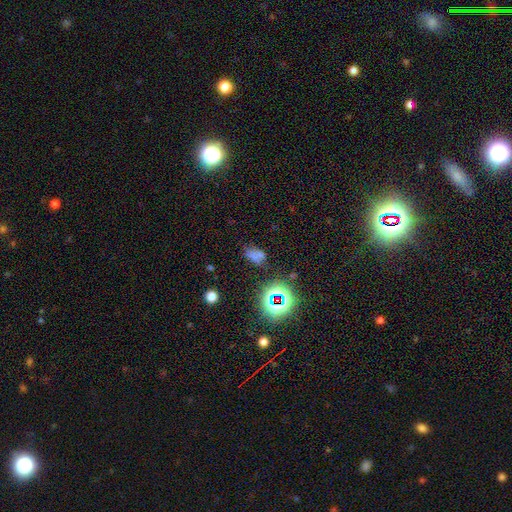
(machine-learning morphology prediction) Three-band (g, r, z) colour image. It shows a smooth galaxy with no disk features (51%) that is in between round and cigar-shaped (78%). Merging: none (53%).